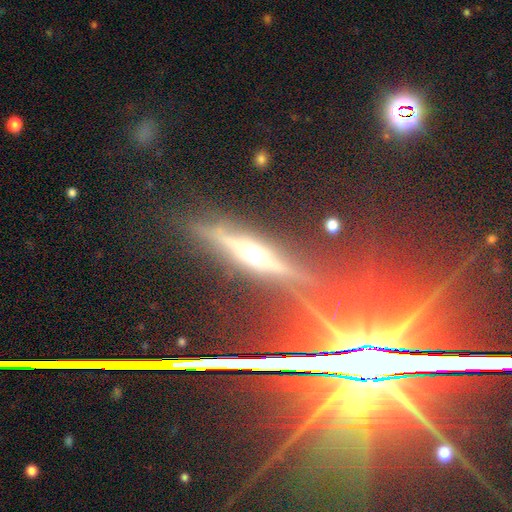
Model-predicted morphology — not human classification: smooth-or-featured: featured or disk: 51% | star or artifact: 30% | smooth: 18%
  disk-edge-on: yes: 90% | no: 10%
  merging: none: 81% | minor disturbance: 12% | major disturbance: 4% | merger: 3%